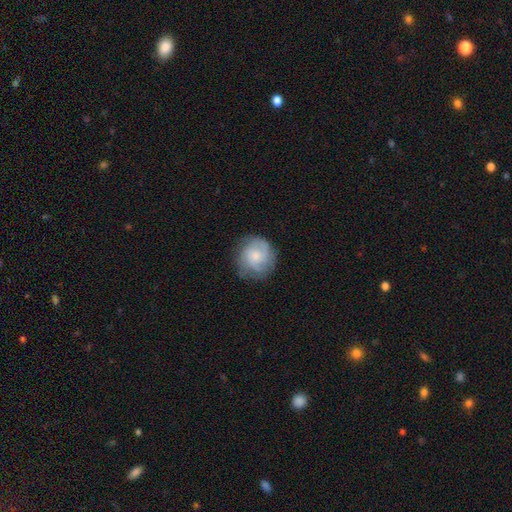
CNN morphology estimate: smooth_or_featured: featured or disk (p=0.49) [alt: smooth p=0.43]
merging: none (p=0.72) [alt: minor disturbance p=0.19]